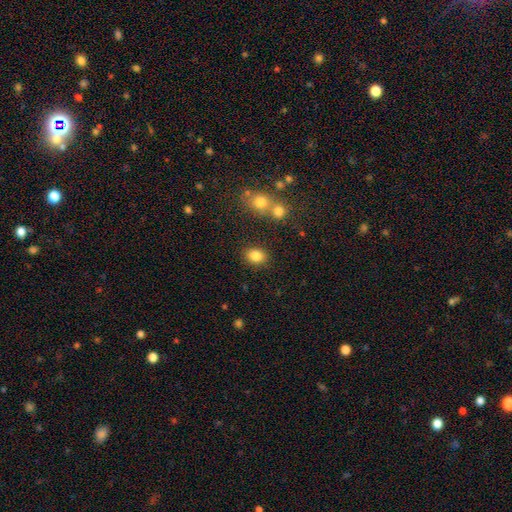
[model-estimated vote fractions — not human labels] smooth 84%, star or artifact 10%, featured or disk 6%. Down the decision tree: how rounded — in between (56%); merging — none (84%).